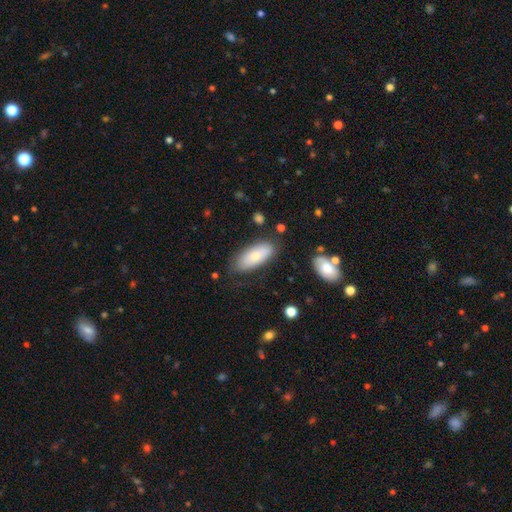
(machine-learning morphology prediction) A smooth galaxy with no disk features (71%) that is in between round and cigar-shaped (84%). Merging: none (75%).